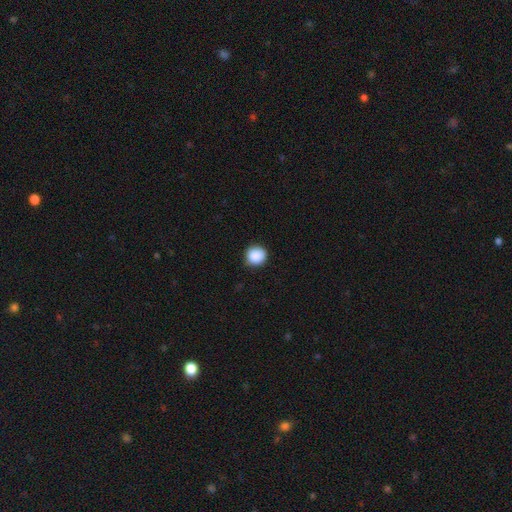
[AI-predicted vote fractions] A smooth galaxy with no disk features (88%) that is round (92%).

Vote fractions:
- Smooth or featured? smooth: 88% / star or artifact: 9% / featured or disk: 3%
- How rounded? round: 92% / in between: 7% / cigar-shaped: 1%
- Merging? none: 87% / minor disturbance: 10% / major disturbance: 2% / merger: 1%